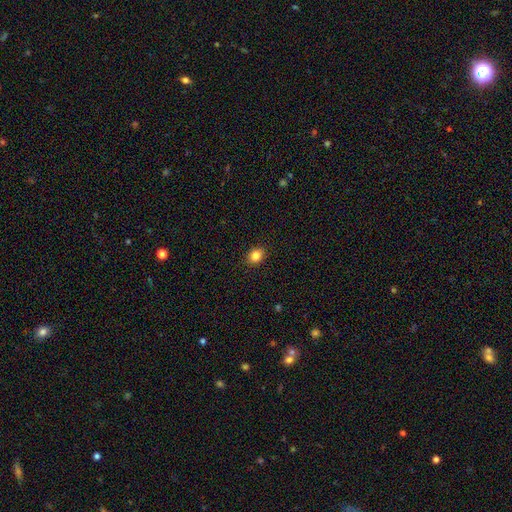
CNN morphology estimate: Overall: smooth (84%). How rounded: round (50%; in between 49%). Merging: none (90%).